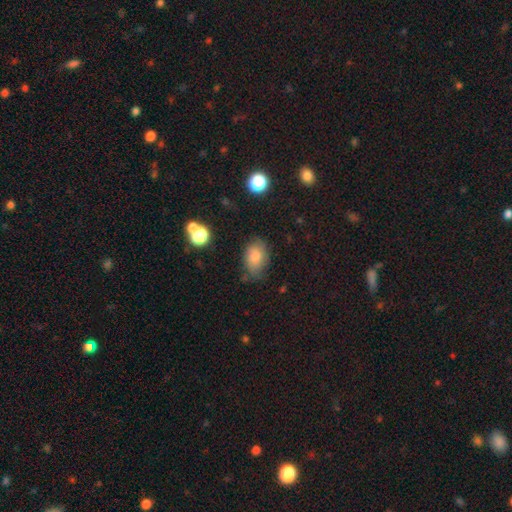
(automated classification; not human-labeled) smooth_or_featured: smooth (p=0.80) [alt: star or artifact p=0.10]
how_rounded: in between (p=0.83) [alt: round p=0.15]
merging: none (p=0.69) [alt: minor disturbance p=0.22]